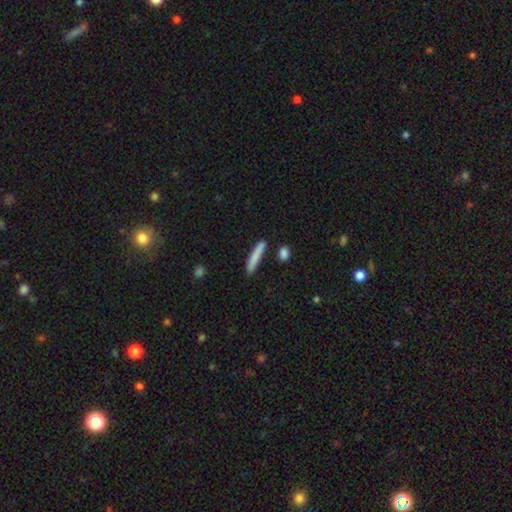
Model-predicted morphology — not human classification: type=smooth (80%); roundness=cigar-shaped (91%); merging=none (78%).